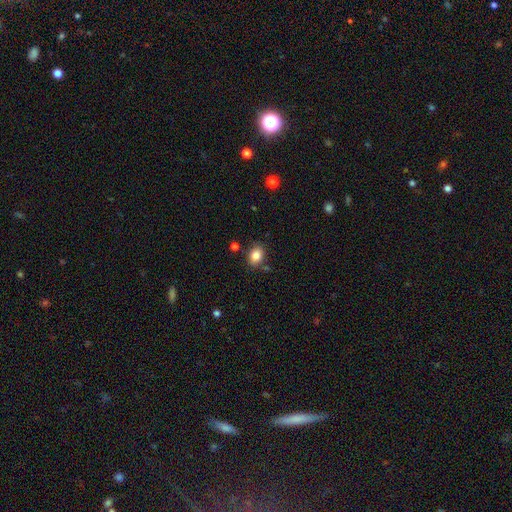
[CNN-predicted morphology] Smooth or featured? Predicted: smooth (p=0.84). How rounded? Predicted: in between (p=0.67). Merging? Predicted: none (p=0.81).